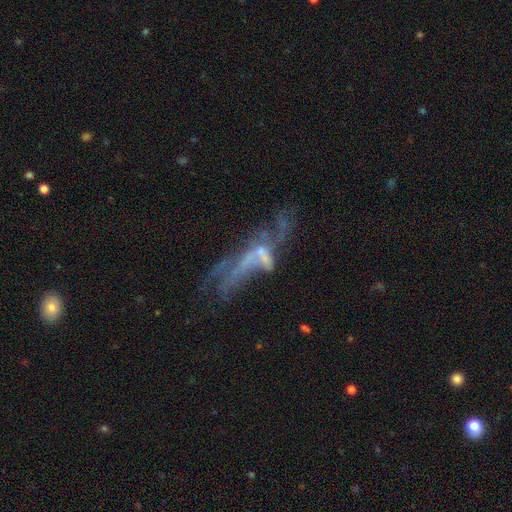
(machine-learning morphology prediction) Smooth or featured?
  - featured or disk: 66% *
  - star or artifact: 17%
  - smooth: 16%
Edge-on disk?
  - no: 85% *
  - yes: 15%
Bar?
  - no: 66% *
  - weak: 22%
  - strong: 12%
Spiral arms?
  - no: 64% *
  - yes: 36%
Bulge size?
  - none: 56% *
  - small: 26%
  - moderate: 14%
  - large: 3%
  - dominant: 2%
Merging?
  - major disturbance: 43% *
  - none: 23%
  - merger: 22%
  - minor disturbance: 12%